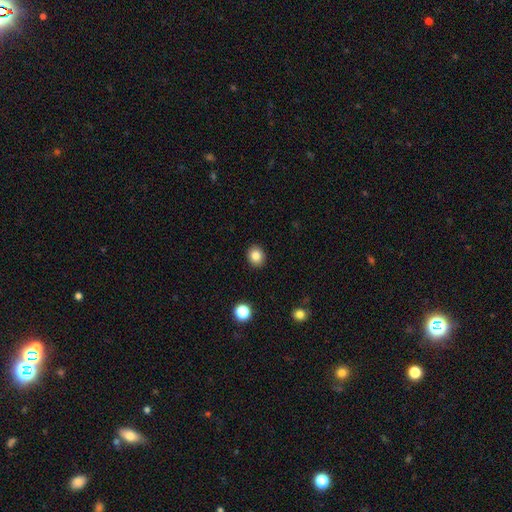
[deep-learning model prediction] This appears to be a smooth galaxy with no disk features (83%) that is round (65%). Merging: none (91%).